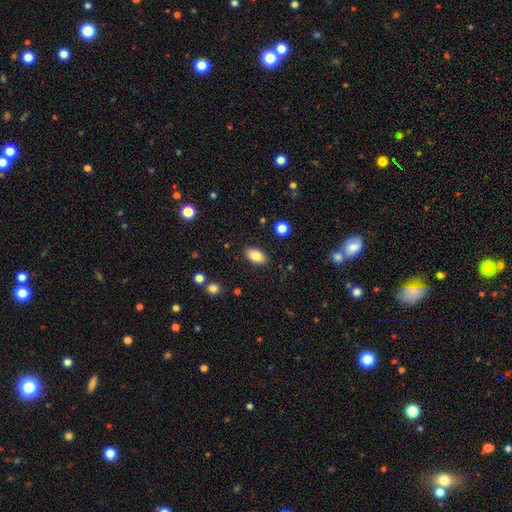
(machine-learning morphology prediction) This appears to be a smooth galaxy with no disk features (83%) that is in between round and cigar-shaped (92%). Merging: none (88%).